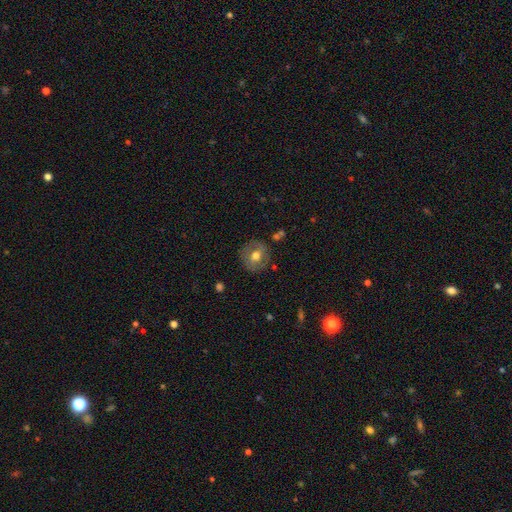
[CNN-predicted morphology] This is possibly a smooth galaxy (56%). How rounded: clearly round (84%). Merging: clearly none (80%).